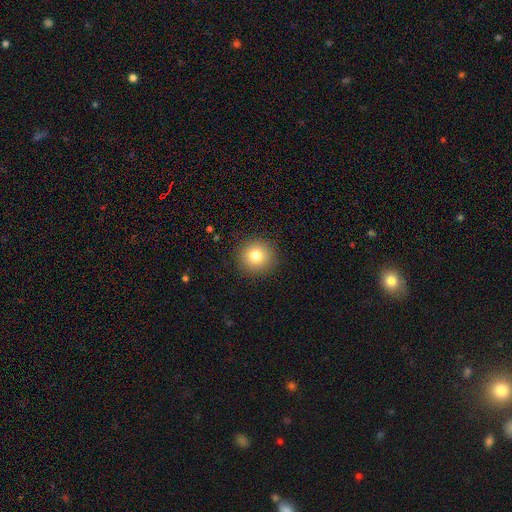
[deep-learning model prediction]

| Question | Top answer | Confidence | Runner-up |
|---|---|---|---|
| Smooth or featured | smooth | 82% | star or artifact (11%) |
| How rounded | round | 93% | in between (6%) |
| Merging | none | 91% | minor disturbance (6%) |